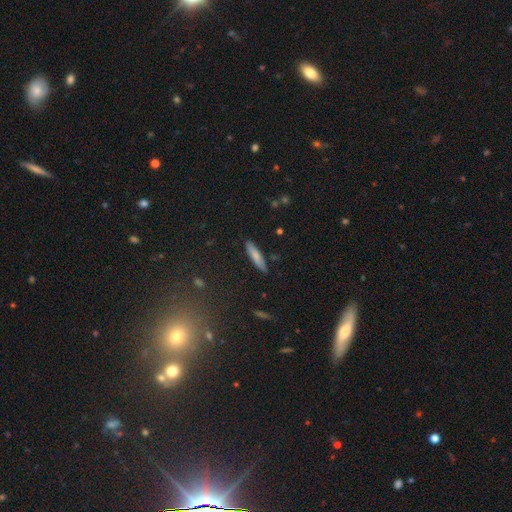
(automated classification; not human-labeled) A smooth galaxy with no disk features (74%) that is cigar-shaped (82%).

Vote fractions:
- Smooth or featured? smooth: 74% / featured or disk: 20% / star or artifact: 7%
- How rounded? cigar-shaped: 82% / in between: 16% / round: 2%
- Merging? none: 88% / minor disturbance: 9% / major disturbance: 2% / merger: 1%